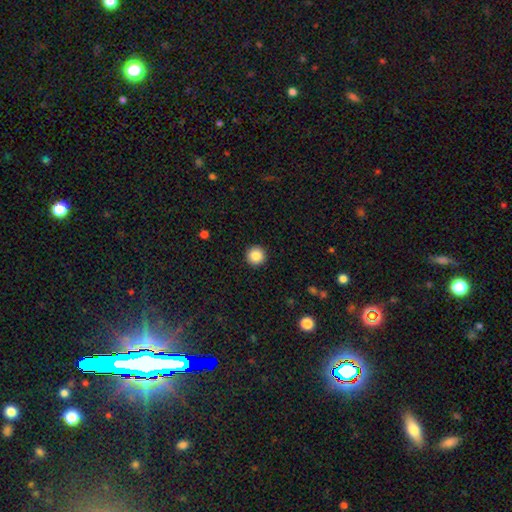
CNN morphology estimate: This appears to be a smooth galaxy with no disk features (86%) that is round (96%). Merging: none (93%).